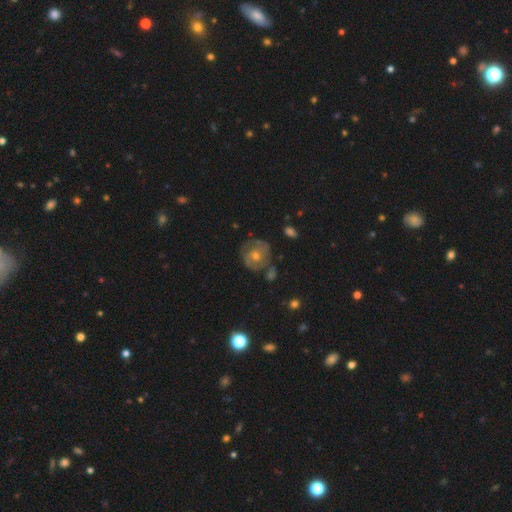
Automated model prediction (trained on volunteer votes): A featured or disk galaxy (62%) with no bar (79%), spiral arms (69%) and a moderate central bulge (65%). Merging: none (71%).